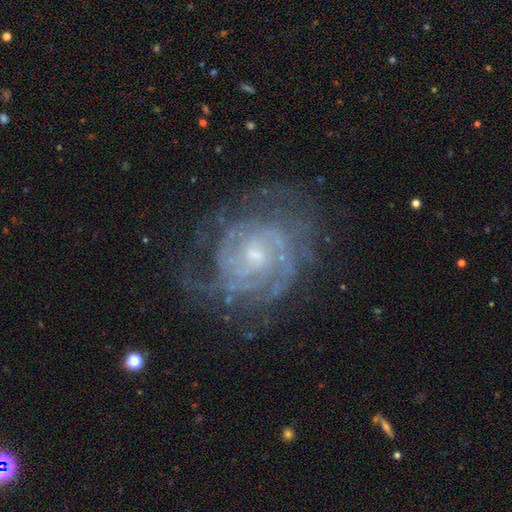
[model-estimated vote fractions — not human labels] Q: Smooth or featured?
A: featured or disk (85%); runner-up: star or artifact (7%)
Q: Edge-on disk?
A: no (98%); runner-up: yes (2%)
Q: Bar?
A: no (62%); runner-up: weak (33%)
Q: Spiral arms?
A: yes (94%); runner-up: no (6%)
Q: Spiral winding?
A: tight (69%); runner-up: medium (26%)
Q: Spiral arm count?
A: can't tell (38%); runner-up: 2 (22%)
Q: Bulge size?
A: small (67%); runner-up: moderate (26%)
Q: Merging?
A: none (68%); runner-up: minor disturbance (19%)